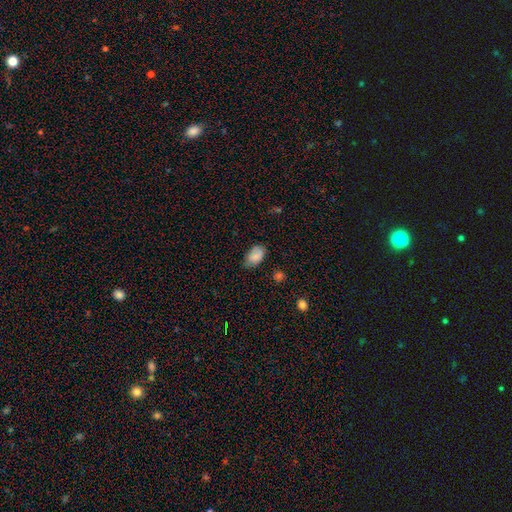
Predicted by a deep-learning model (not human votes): A smooth galaxy with no disk features (81%) that is in between round and cigar-shaped (91%). Merging: none (65%).